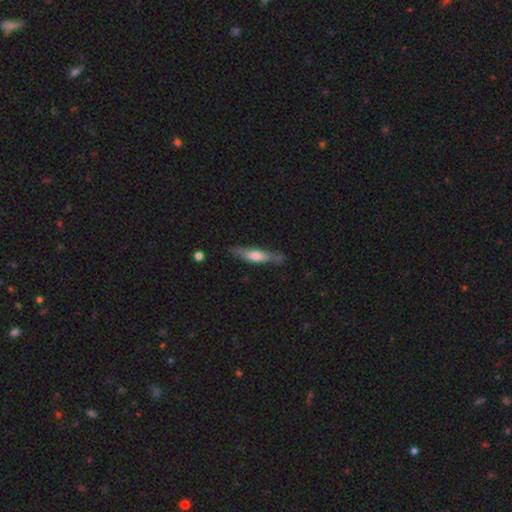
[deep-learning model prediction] smooth 52%, featured or disk 43%, star or artifact 6%. Down the decision tree: how rounded — cigar-shaped (79%); merging — none (76%).